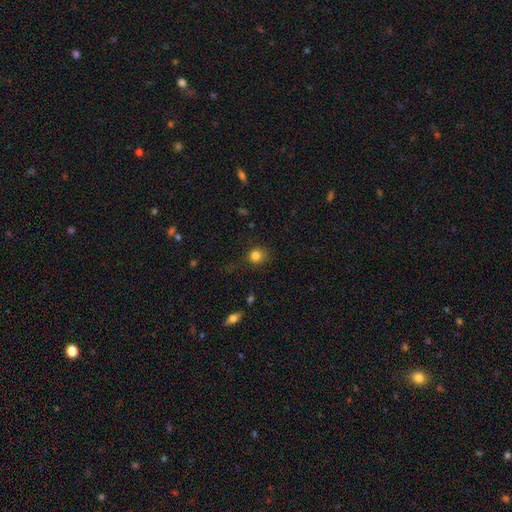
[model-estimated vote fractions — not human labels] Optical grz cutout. It shows a smooth galaxy with no disk features (82%) that is round (85%). Merging: none (76%).